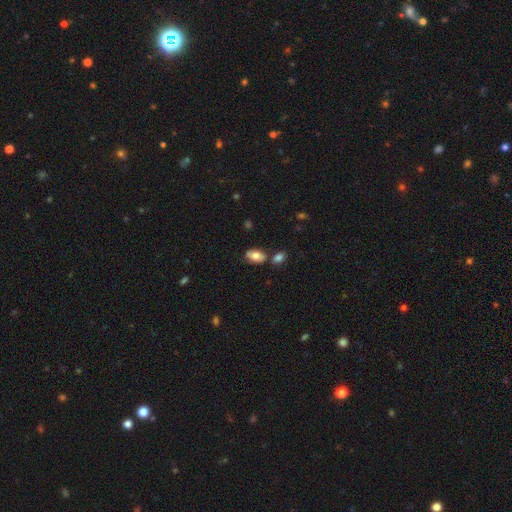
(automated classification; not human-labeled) smooth-or-featured: smooth: 76% | featured or disk: 17% | star or artifact: 8%
  how-rounded: in between: 92% | round: 6% | cigar-shaped: 2%
  merging: none: 67% | minor disturbance: 15% | merger: 14% | major disturbance: 4%